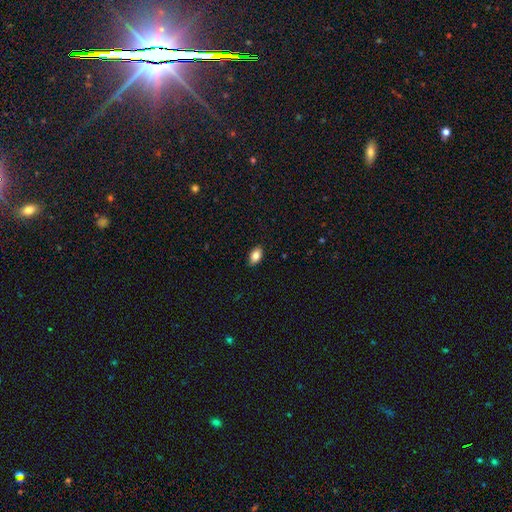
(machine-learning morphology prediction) Smooth or featured? smooth (85%)
How rounded? in between (91%)
Merging? none (89%)